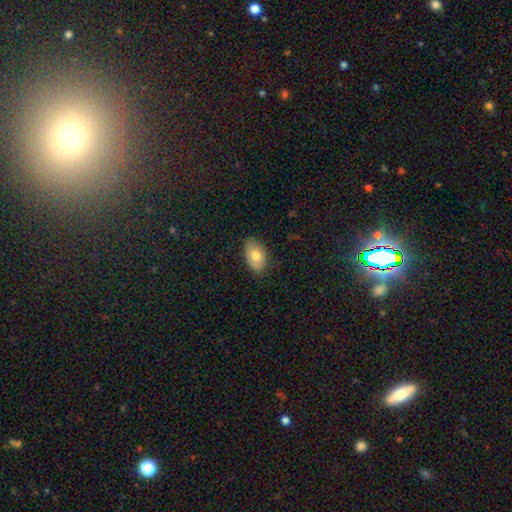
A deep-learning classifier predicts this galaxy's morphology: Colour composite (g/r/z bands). It shows a smooth galaxy with no disk features (76%) that is in between round and cigar-shaped (91%). Merging: none (78%).